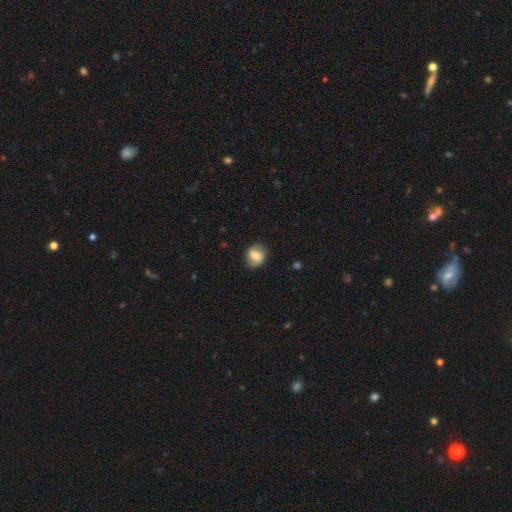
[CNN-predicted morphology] Overall: smooth (65%; featured or disk 26%). How rounded: round (67%; in between 32%). Merging: none (80%).